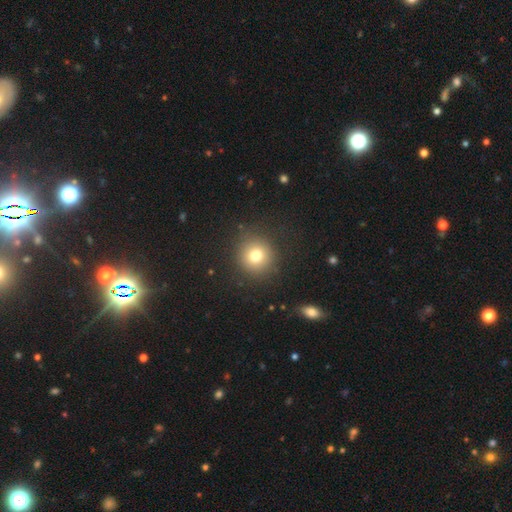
Smooth or featured?
  - smooth: 77% *
  - featured or disk: 18%
  - star or artifact: 5%
How rounded?
  - round: 80% *
  - in between: 17%
  - cigar-shaped: 3%
Merging?
  - none: 92% *
  - minor disturbance: 3%
  - major disturbance: 3%
  - merger: 3%